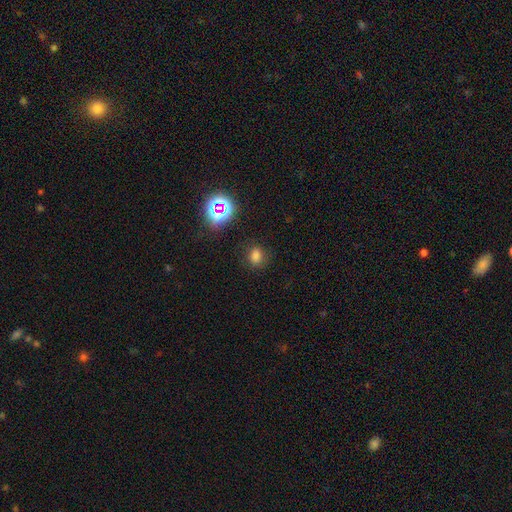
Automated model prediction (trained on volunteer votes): Smooth or featured? smooth (71%)
How rounded? round (50%)
Merging? none (81%)